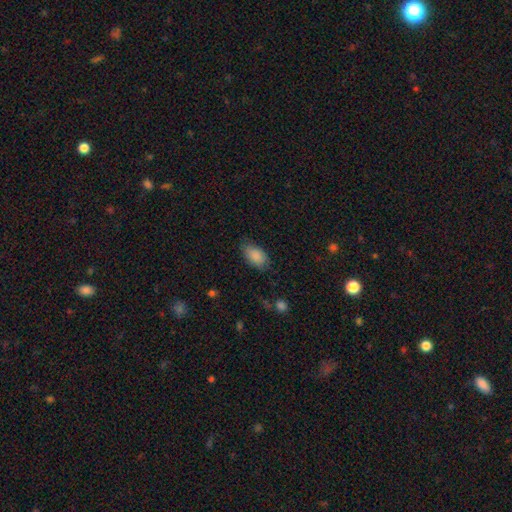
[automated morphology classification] type=smooth (88%); roundness=in between (93%); merging=none (74%).